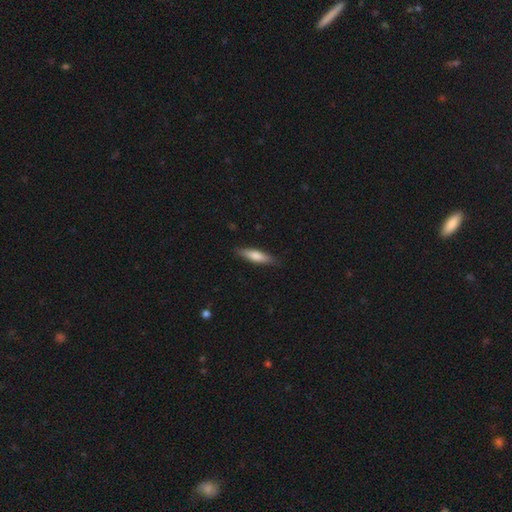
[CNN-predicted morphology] type=smooth (70%); roundness=cigar-shaped (70%); merging=none (86%).